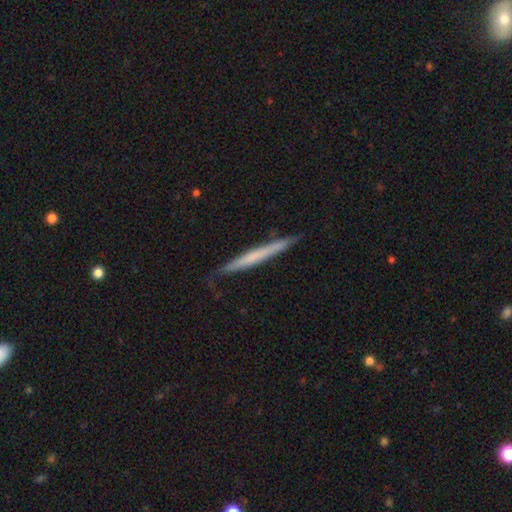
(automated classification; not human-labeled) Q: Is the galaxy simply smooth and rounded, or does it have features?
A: smooth — 47%, tied with featured or disk.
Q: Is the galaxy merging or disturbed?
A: none — 82%.